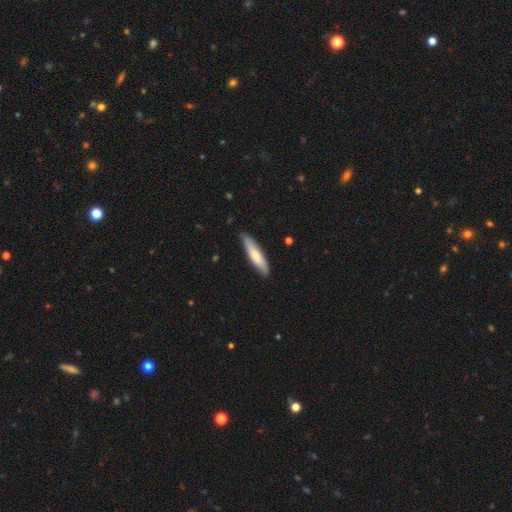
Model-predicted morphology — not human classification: Smooth or featured: smooth — 67% (featured or disk — 28%)
How rounded: cigar-shaped — 78% (in between — 21%)
Merging: none — 85% (minor disturbance — 12%)